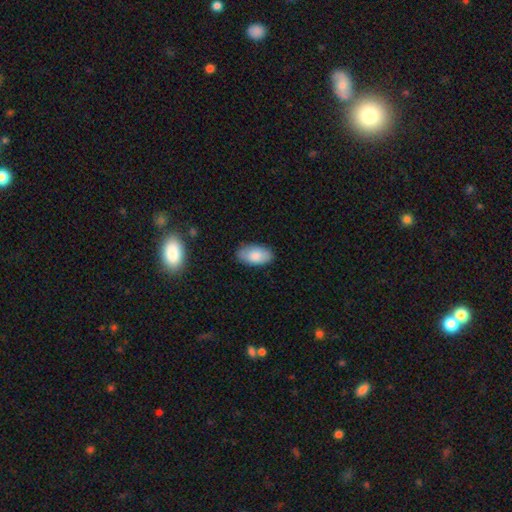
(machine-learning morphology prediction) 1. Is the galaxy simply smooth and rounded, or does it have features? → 83% smooth, 10% featured or disk, 6% star or artifact.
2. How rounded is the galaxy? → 95% in between, 3% round, 3% cigar-shaped.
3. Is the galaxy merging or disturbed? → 84% none, 13% minor disturbance, 2% major disturbance, 1% merger.